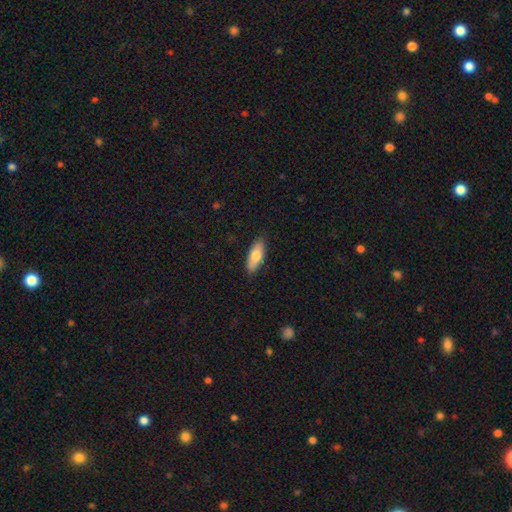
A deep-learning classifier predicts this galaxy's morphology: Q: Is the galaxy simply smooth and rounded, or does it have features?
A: smooth — 76%.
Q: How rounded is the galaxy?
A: in between — 76%.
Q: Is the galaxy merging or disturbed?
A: none — 86%.